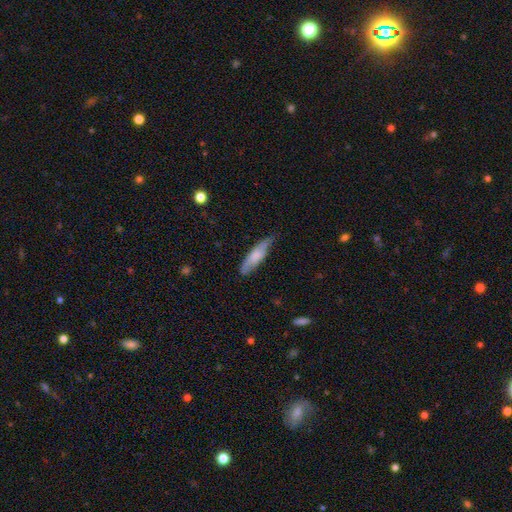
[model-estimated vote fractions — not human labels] A smooth galaxy with no disk features (68%) that is cigar-shaped (66%). Merging: none (64%).